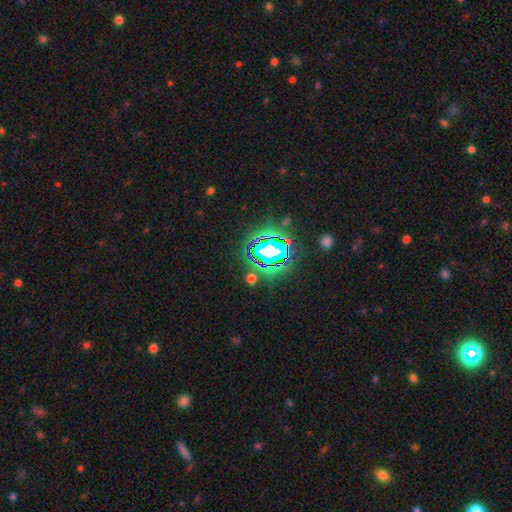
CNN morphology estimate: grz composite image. It shows a star or artifact, not a galaxy (81%).